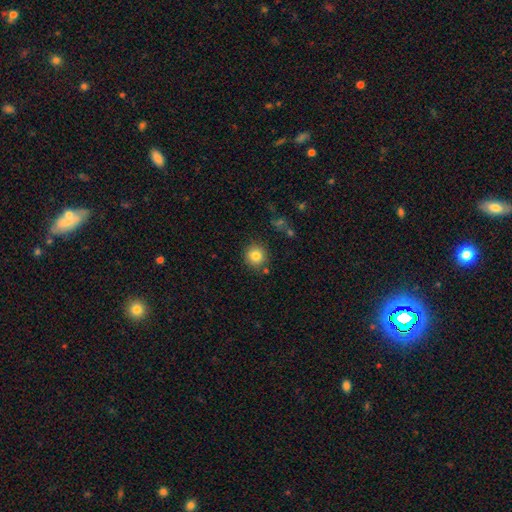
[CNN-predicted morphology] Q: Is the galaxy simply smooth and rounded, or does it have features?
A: smooth — 83%.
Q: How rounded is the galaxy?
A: round — 92%.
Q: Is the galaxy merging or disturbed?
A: none — 85%.